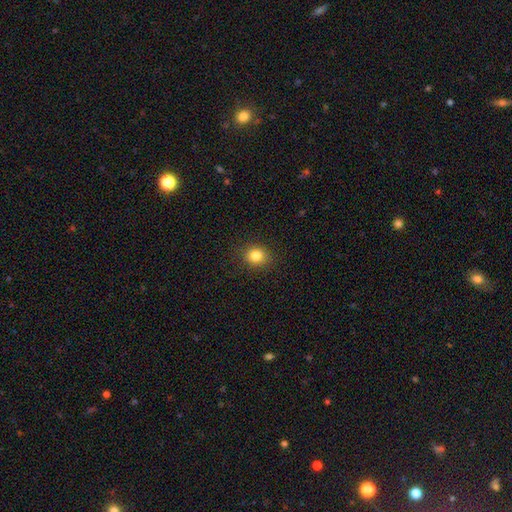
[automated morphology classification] Smooth or featured? Predicted: smooth (p=0.83). How rounded? Predicted: round (p=0.73). Merging? Predicted: none (p=0.89).